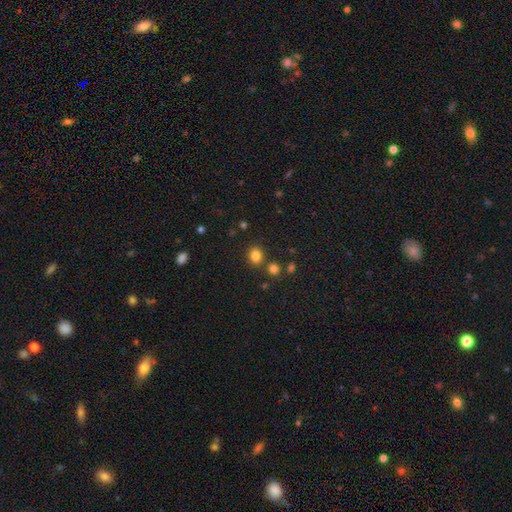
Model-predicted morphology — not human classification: A smooth galaxy with no disk features (82%) that is round (66%).

Vote fractions:
- Smooth or featured? smooth: 82% / star or artifact: 13% / featured or disk: 5%
- How rounded? round: 66% / in between: 34% / cigar-shaped: 1%
- Merging? none: 79% / merger: 9% / minor disturbance: 9% / major disturbance: 3%